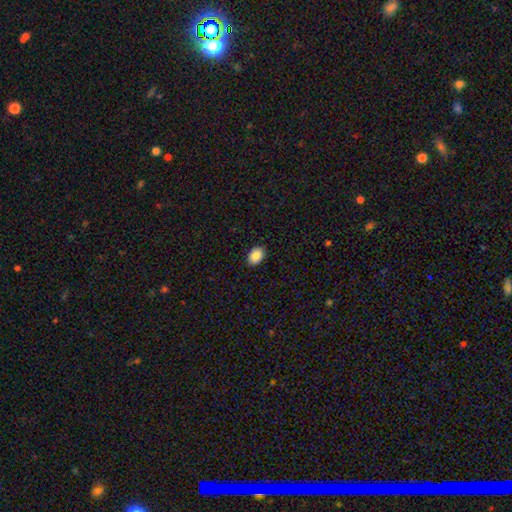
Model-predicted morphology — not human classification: The model was most divided on "how rounded": in between: 81%, round: 18%, cigar-shaped: 1%. More confident: smooth or featured — smooth (89%); merging — none (89%).